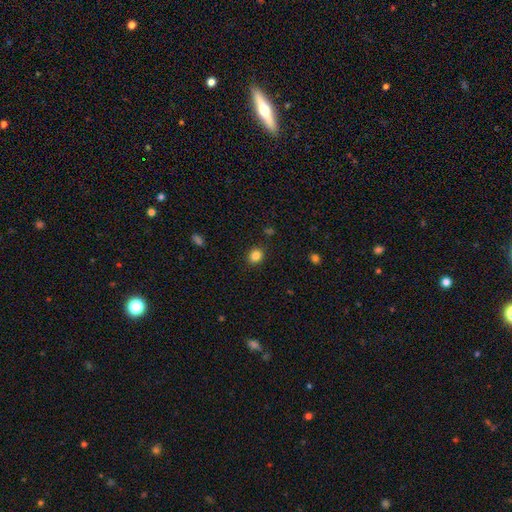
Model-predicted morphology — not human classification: A smooth galaxy with no disk features (84%) that is round (65%). Merging: none (89%).